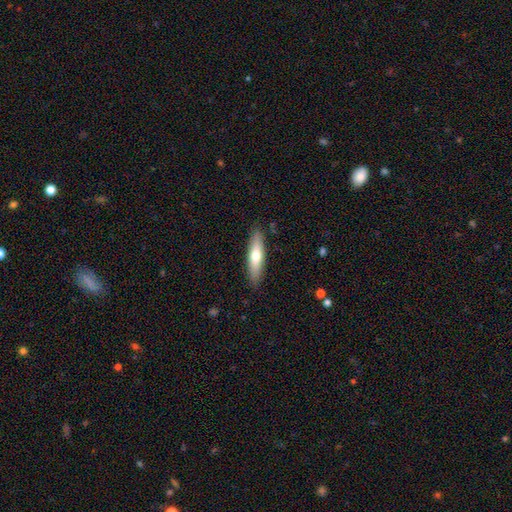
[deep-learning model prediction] Smooth or featured? smooth (63%)
How rounded? cigar-shaped (71%)
Merging? none (88%)